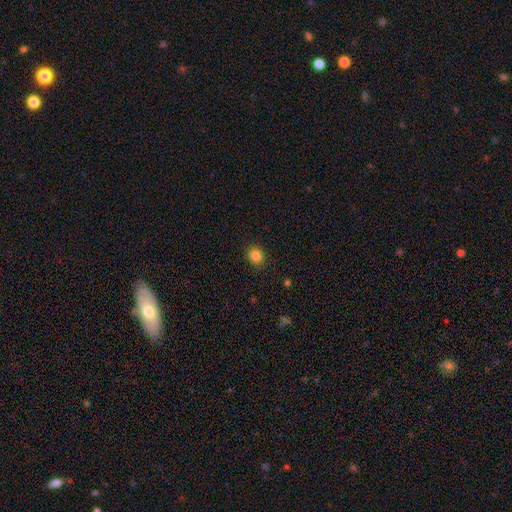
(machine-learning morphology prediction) This is clearly a smooth galaxy (84%). How rounded: likely round (72%). Merging: clearly none (88%).